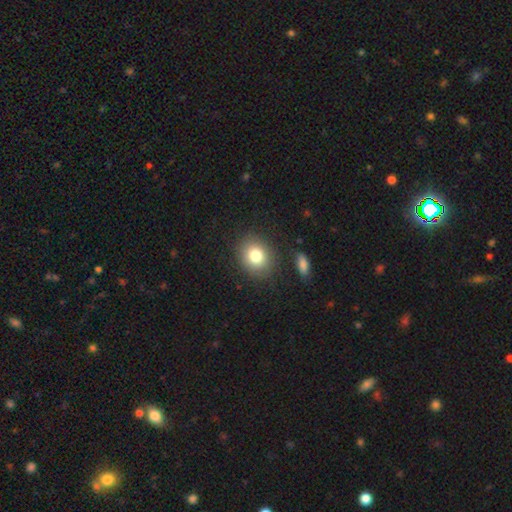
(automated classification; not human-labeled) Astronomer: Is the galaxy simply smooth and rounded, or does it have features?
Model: smooth — 79%.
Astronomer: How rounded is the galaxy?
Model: round — 67%.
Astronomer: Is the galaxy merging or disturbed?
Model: none — 84%.